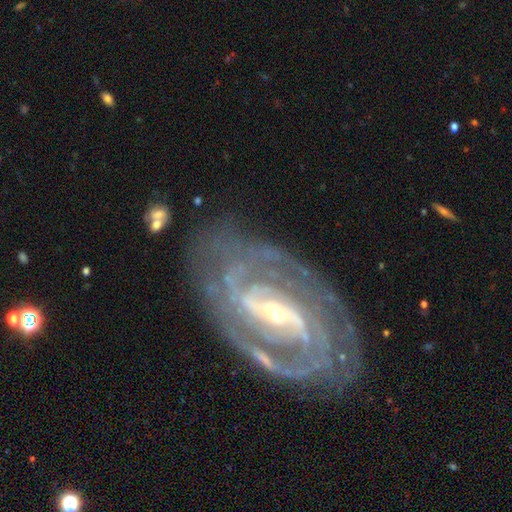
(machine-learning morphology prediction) Smooth or featured? featured or disk (91%)
Edge-on disk? no (95%)
Bar? strong (53%)
Spiral arms? yes (97%)
Spiral winding? tight (64%)
Spiral arm count? 2 (56%)
Bulge size? small (60%)
Merging? none (78%)